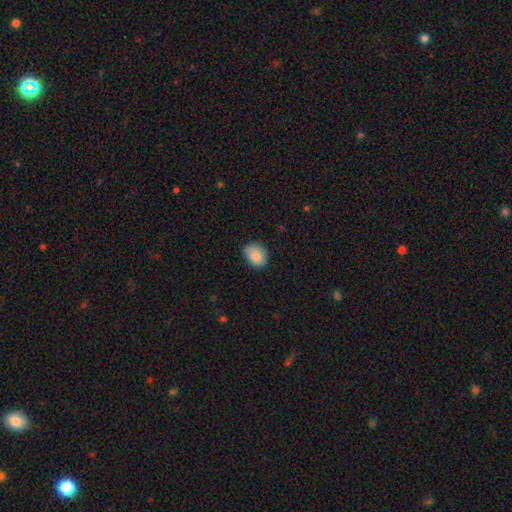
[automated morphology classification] Smooth or featured? Predicted: smooth (p=0.86). How rounded? Predicted: in between (p=0.60). Merging? Predicted: none (p=0.70).